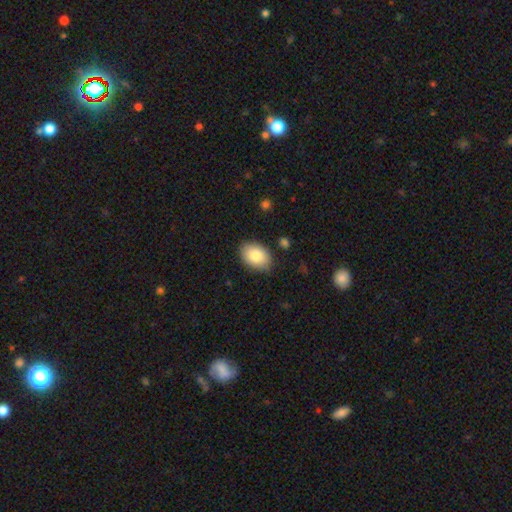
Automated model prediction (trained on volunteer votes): smooth-or-featured: smooth: 84% | featured or disk: 9% | star or artifact: 7%
  how-rounded: in between: 84% | round: 15% | cigar-shaped: 1%
  merging: none: 86% | minor disturbance: 11% | major disturbance: 2% | merger: 1%